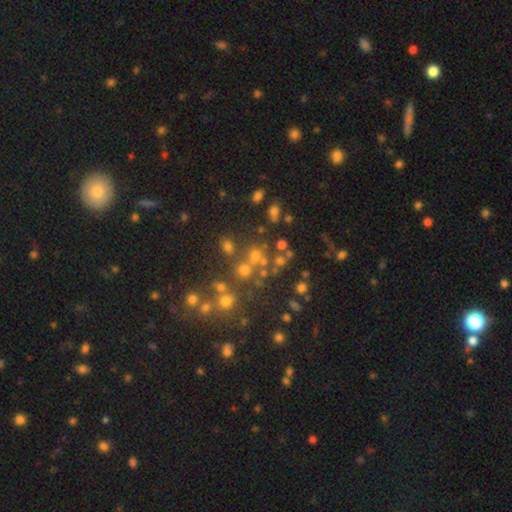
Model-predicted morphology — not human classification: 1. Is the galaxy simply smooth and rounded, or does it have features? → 55% smooth, 28% star or artifact, 17% featured or disk.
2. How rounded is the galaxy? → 80% round, 18% in between, 2% cigar-shaped.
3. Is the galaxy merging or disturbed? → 58% none, 24% merger, 11% minor disturbance, 7% major disturbance.